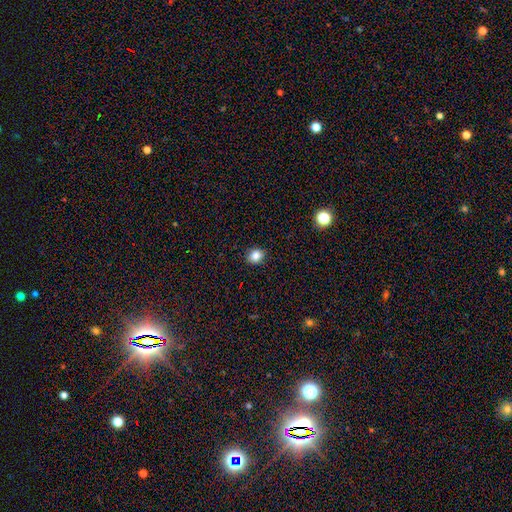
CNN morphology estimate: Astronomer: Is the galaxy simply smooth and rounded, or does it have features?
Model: smooth — 84%.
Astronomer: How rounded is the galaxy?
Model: round — 70%.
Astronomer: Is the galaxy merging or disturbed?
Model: none — 91%.